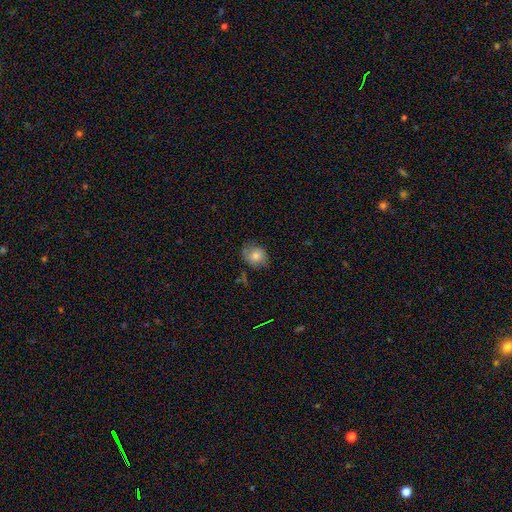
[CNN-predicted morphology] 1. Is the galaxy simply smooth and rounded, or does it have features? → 76% smooth, 15% featured or disk, 9% star or artifact.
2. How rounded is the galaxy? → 56% round, 43% in between, 1% cigar-shaped.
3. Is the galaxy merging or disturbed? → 70% none, 23% minor disturbance, 5% major disturbance, 2% merger.